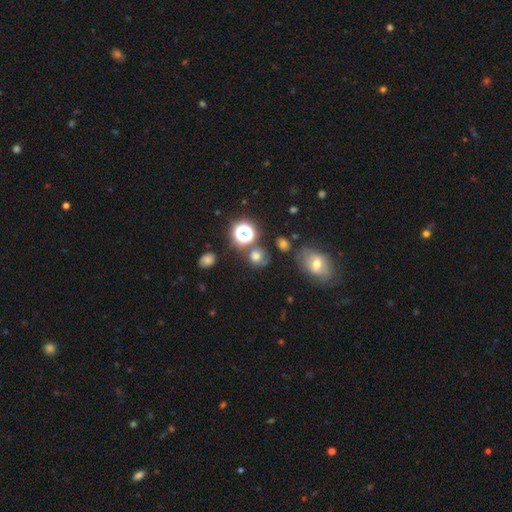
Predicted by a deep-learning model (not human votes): smooth 63%, star or artifact 25%, featured or disk 11%. Down the decision tree: how rounded — round (81%); merging — none (67%).